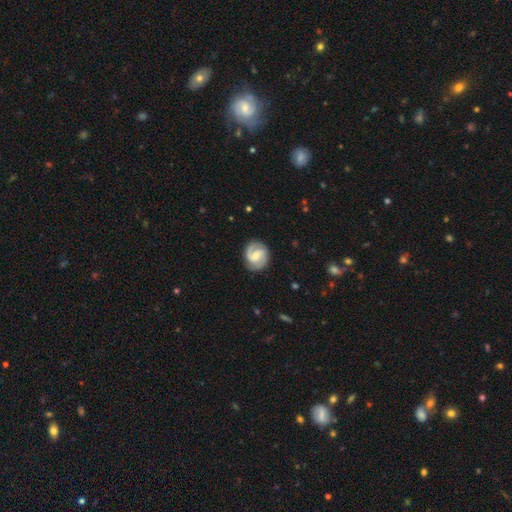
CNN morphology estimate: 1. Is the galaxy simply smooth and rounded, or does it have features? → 84% featured or disk, 12% smooth, 5% star or artifact.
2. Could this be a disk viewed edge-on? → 98% no, 2% yes.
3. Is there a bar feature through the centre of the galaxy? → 55% weak, 25% no, 20% strong.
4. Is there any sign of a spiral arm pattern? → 96% yes, 4% no.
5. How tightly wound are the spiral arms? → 48% medium, 36% tight, 16% loose.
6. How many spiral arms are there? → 89% 2, 4% can't tell, 3% 3, 2% 1, 1% 4, 1% more than 4.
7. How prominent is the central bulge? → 48% moderate, 42% small, 5% none, 3% large, 1% dominant.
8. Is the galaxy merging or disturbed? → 83% none, 12% minor disturbance, 4% major disturbance, 1% merger.